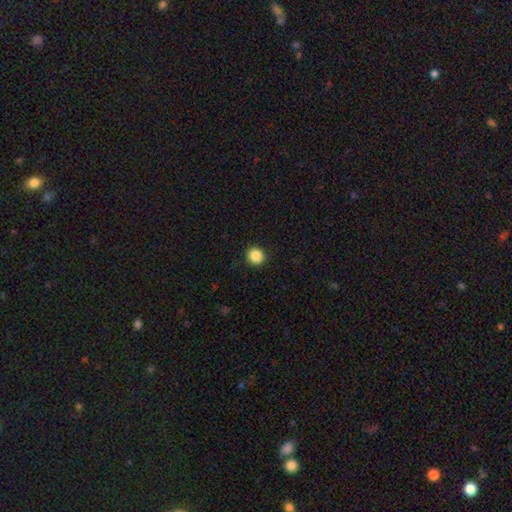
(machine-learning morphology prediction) This is clearly a smooth galaxy (88%). How rounded: clearly round (87%). Merging: clearly none (92%).